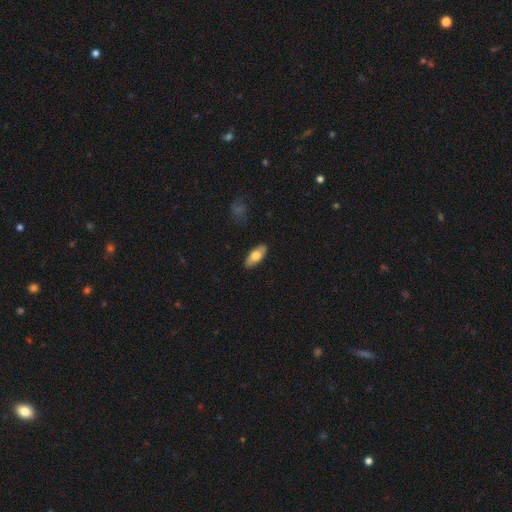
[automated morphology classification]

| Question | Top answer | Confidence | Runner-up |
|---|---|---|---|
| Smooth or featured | smooth | 71% | featured or disk (24%) |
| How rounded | in between | 84% | cigar-shaped (14%) |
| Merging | none | 89% | minor disturbance (8%) |